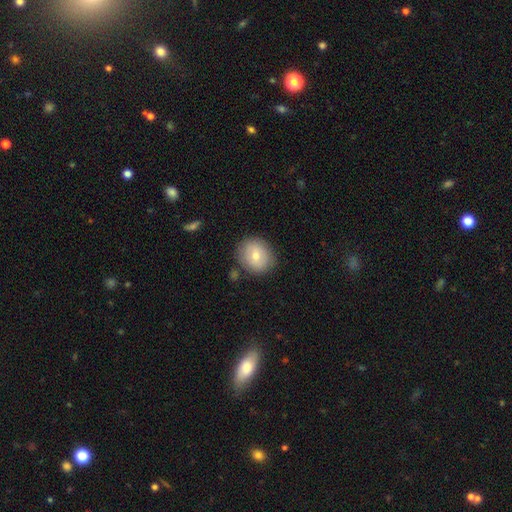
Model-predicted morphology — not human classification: type=smooth (73%); roundness=round (72%); merging=none (82%).